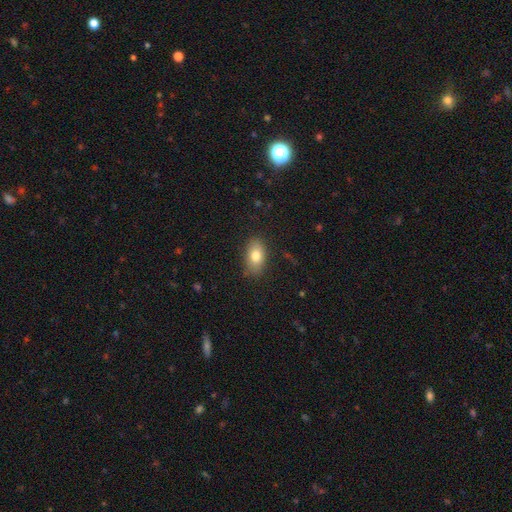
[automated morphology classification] Q: Smooth or featured?
A: smooth (78%); runner-up: featured or disk (14%)
Q: How rounded?
A: in between (89%); runner-up: round (8%)
Q: Merging?
A: none (84%); runner-up: minor disturbance (12%)